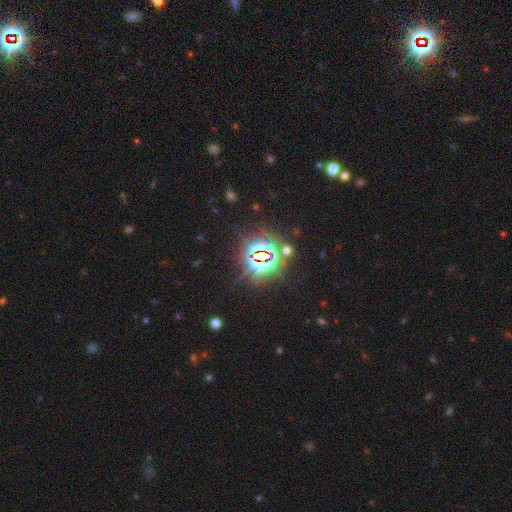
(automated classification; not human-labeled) smooth-or-featured: star or artifact: 84% | smooth: 9% | featured or disk: 7%